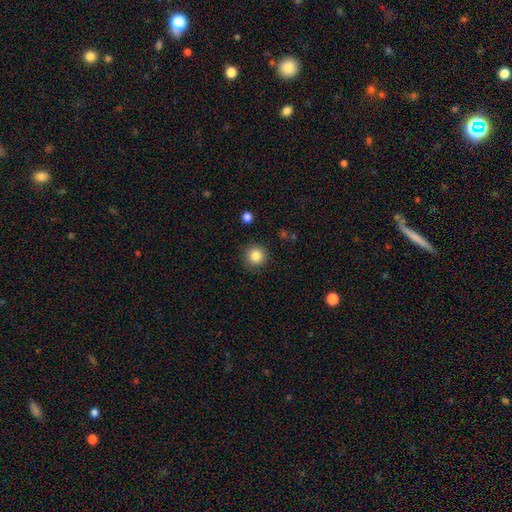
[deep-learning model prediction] A smooth galaxy with no disk features (84%) that is round (95%).

Vote fractions:
- Smooth or featured? smooth: 84% / star or artifact: 10% / featured or disk: 6%
- How rounded? round: 95% / in between: 4% / cigar-shaped: 1%
- Merging? none: 90% / minor disturbance: 7% / major disturbance: 2% / merger: 1%